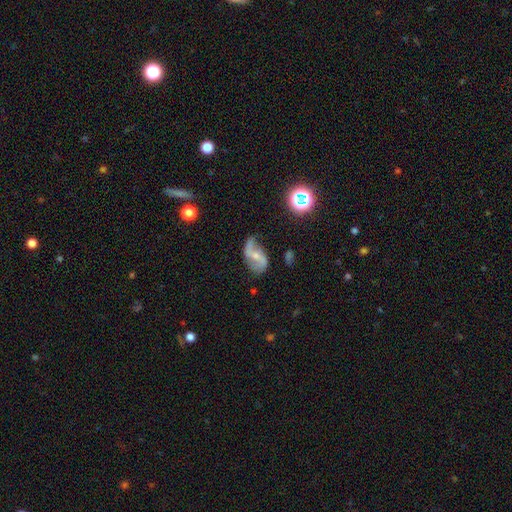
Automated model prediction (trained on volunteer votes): Smooth or featured? Predicted: featured or disk (p=0.79). Edge-on disk? Predicted: no (p=0.96). Bar? Predicted: weak (p=0.40). Spiral arms? Predicted: yes (p=0.91). Spiral winding? Predicted: loose (p=0.72). Spiral arm count? Predicted: 2 (p=0.89). Bulge size? Predicted: small (p=0.53). Merging? Predicted: none (p=0.59).